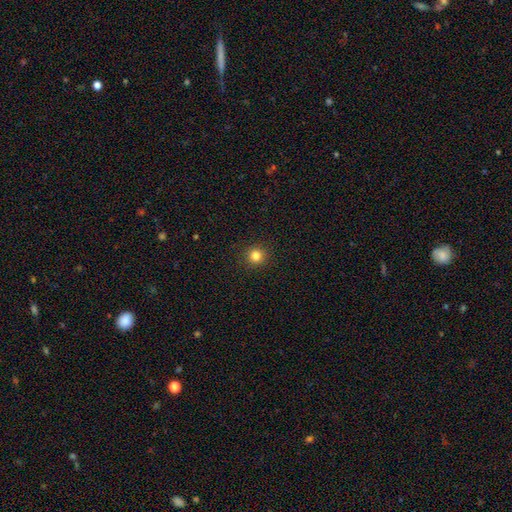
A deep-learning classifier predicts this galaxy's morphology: This is clearly a smooth galaxy (82%). How rounded: clearly round (94%). Merging: clearly none (92%).